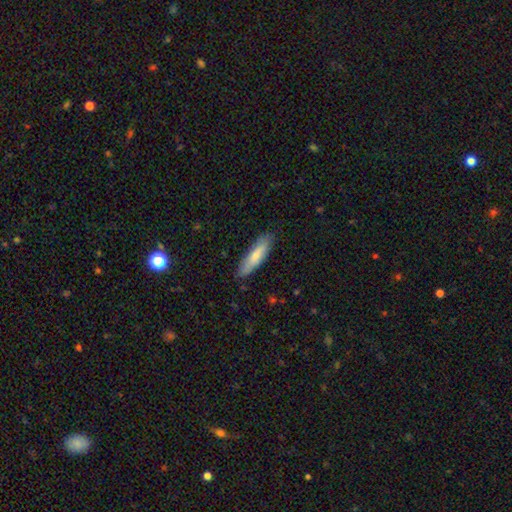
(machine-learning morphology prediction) A smooth galaxy with no disk features (76%) that is cigar-shaped (69%). Merging: none (85%).